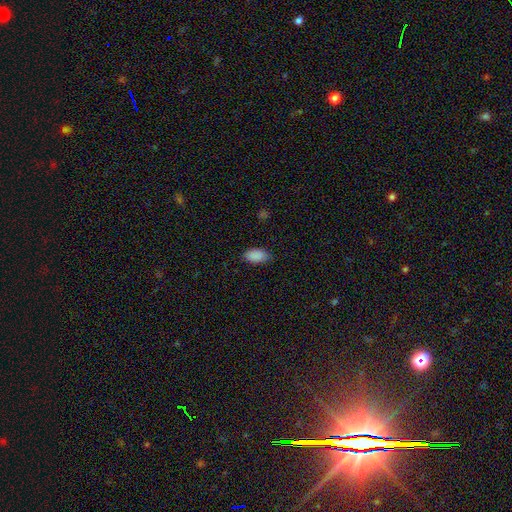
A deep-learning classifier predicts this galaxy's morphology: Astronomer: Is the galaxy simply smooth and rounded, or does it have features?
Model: smooth — 89%.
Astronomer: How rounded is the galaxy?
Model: in between — 94%.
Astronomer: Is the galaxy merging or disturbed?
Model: none — 83%.